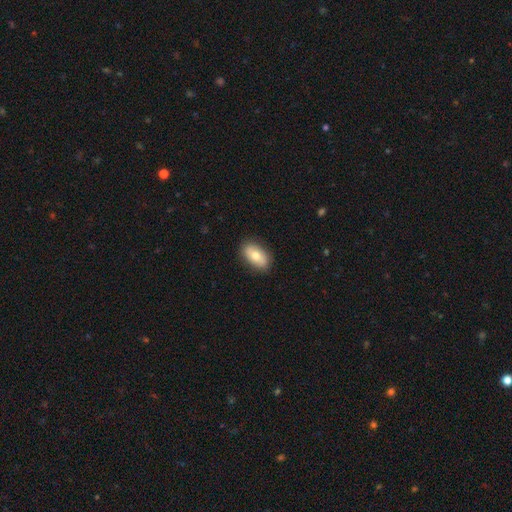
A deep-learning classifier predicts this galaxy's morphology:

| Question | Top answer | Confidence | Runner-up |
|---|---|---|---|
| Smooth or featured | smooth | 73% | featured or disk (20%) |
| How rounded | in between | 92% | round (6%) |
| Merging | none | 86% | minor disturbance (11%) |